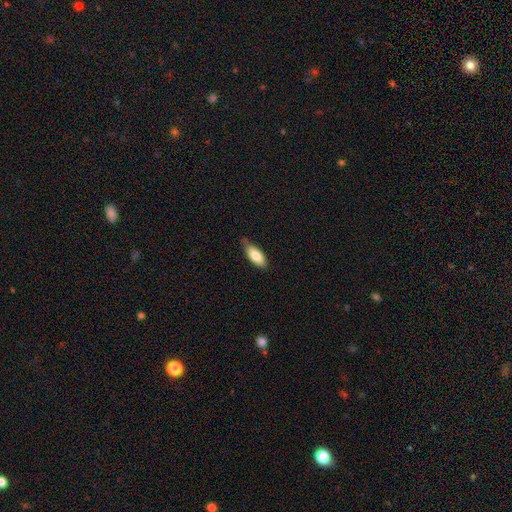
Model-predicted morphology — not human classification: A smooth galaxy with no disk features (80%) that is in between round and cigar-shaped (82%). Merging: none (68%).